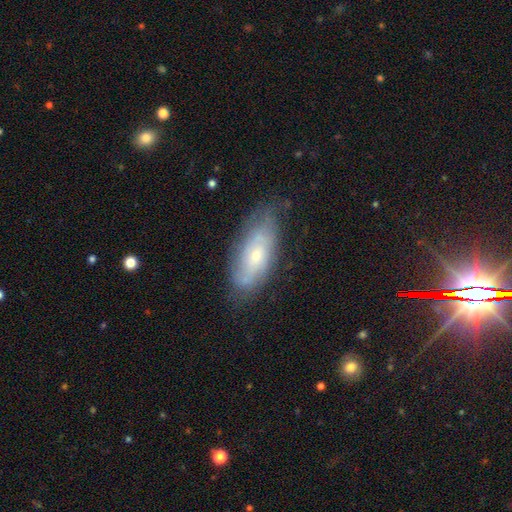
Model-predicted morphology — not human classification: featured or disk 60%, smooth 33%, star or artifact 7%. Down the decision tree: edge-on disk — no (87%); bar — no (74%); spiral arms — yes (78%); bulge size — small (61%); merging — none (68%).